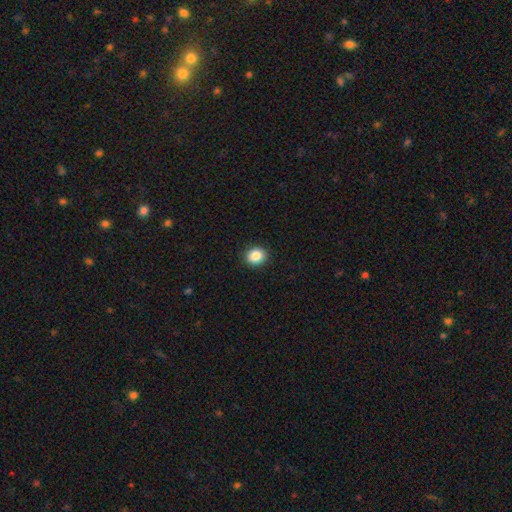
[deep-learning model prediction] Overall: smooth (86%). How rounded: round (70%). Merging: none (92%).